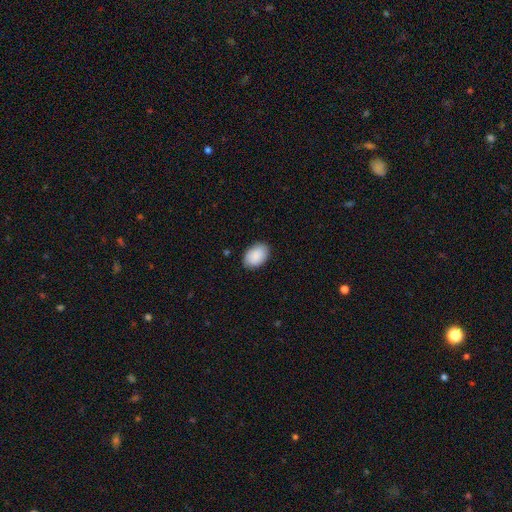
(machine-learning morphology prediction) Smooth or featured?
  - smooth: 90% *
  - star or artifact: 6%
  - featured or disk: 4%
How rounded?
  - in between: 86% *
  - round: 13%
  - cigar-shaped: 1%
Merging?
  - none: 85% *
  - minor disturbance: 12%
  - major disturbance: 2%
  - merger: 1%